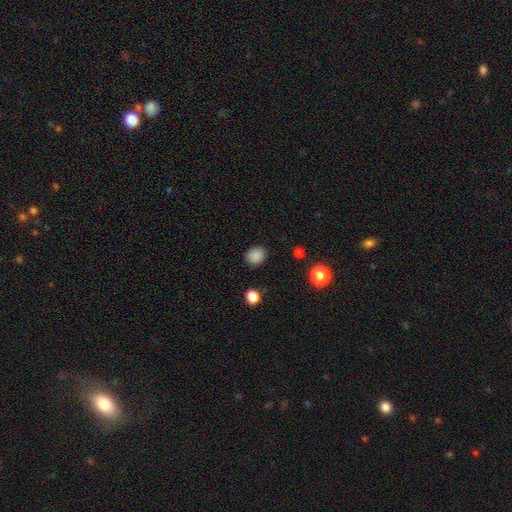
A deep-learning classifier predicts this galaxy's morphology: type=smooth (85%); roundness=round (70%); merging=none (86%).